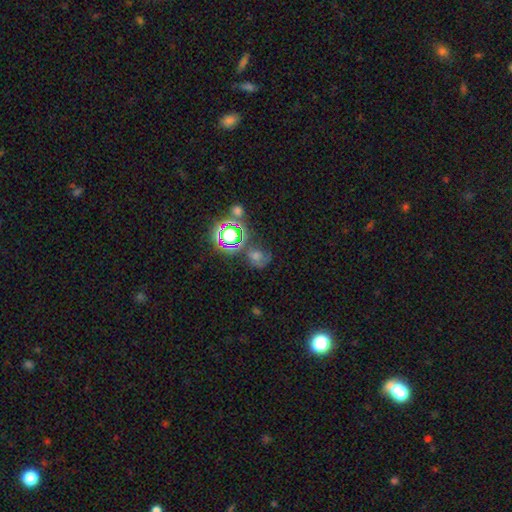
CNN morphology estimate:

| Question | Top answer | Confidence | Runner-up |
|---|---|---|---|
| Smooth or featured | star or artifact | 42% | smooth (38%) |